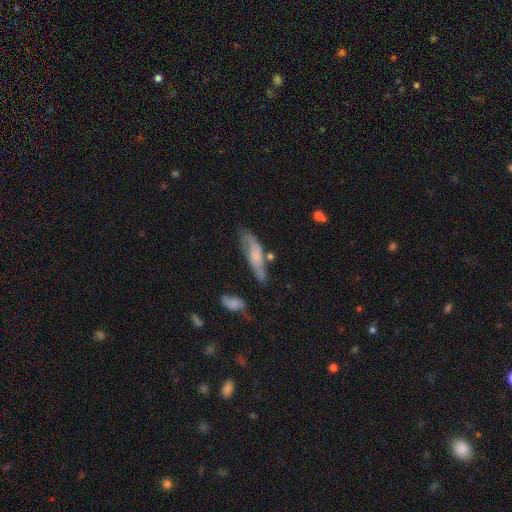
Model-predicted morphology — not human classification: Smooth or featured?
  - smooth: 54% *
  - featured or disk: 38%
  - star or artifact: 8%
How rounded?
  - cigar-shaped: 58% *
  - in between: 39%
  - round: 3%
Merging?
  - none: 52% *
  - minor disturbance: 28%
  - major disturbance: 11%
  - merger: 9%